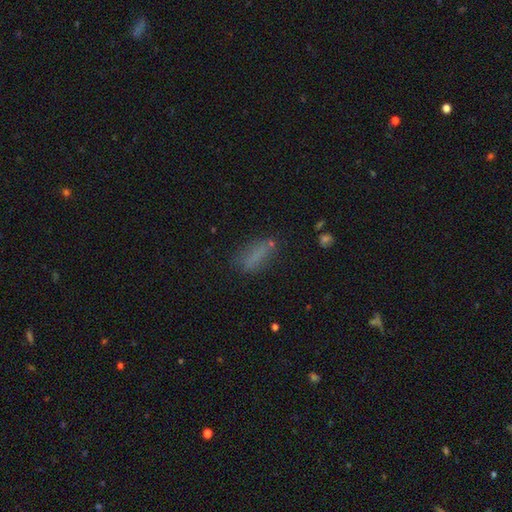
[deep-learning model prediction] Smooth or featured?
  - smooth: 71% *
  - featured or disk: 16%
  - star or artifact: 13%
How rounded?
  - cigar-shaped: 49% *
  - in between: 48%
  - round: 4%
Merging?
  - none: 67% *
  - minor disturbance: 19%
  - major disturbance: 9%
  - merger: 5%